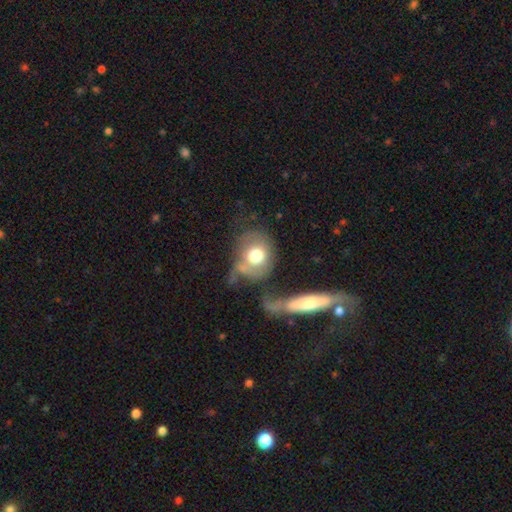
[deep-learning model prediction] Q: Smooth or featured?
A: smooth (66%); runner-up: featured or disk (26%)
Q: How rounded?
A: round (59%); runner-up: in between (40%)
Q: Merging?
A: merger (30%); runner-up: none (27%)